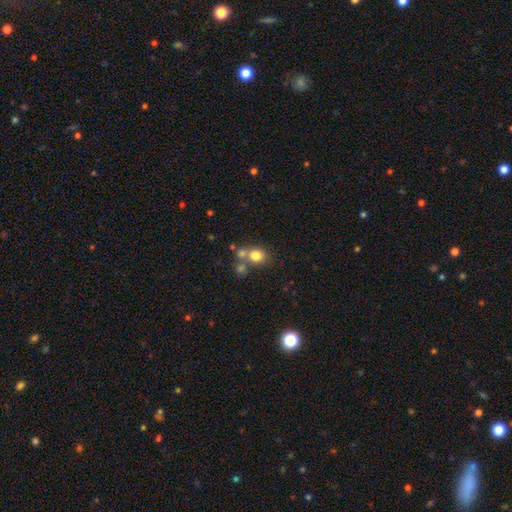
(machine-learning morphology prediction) A smooth galaxy with no disk features (77%) that is round (75%). Merging: none (50%).